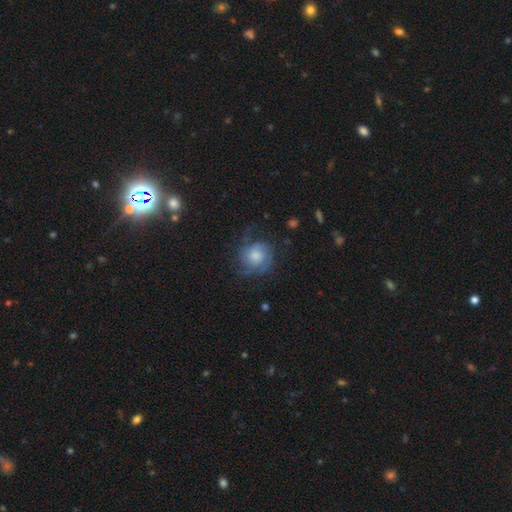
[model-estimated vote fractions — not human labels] This is possibly a featured or disk galaxy (57%). It is clearly not viewed edge-on (98%). Bar: likely no (77%). Spiral arm pattern: clearly yes (88%). Central bulge: marginally moderate (36%). Merging: possibly none (58%).